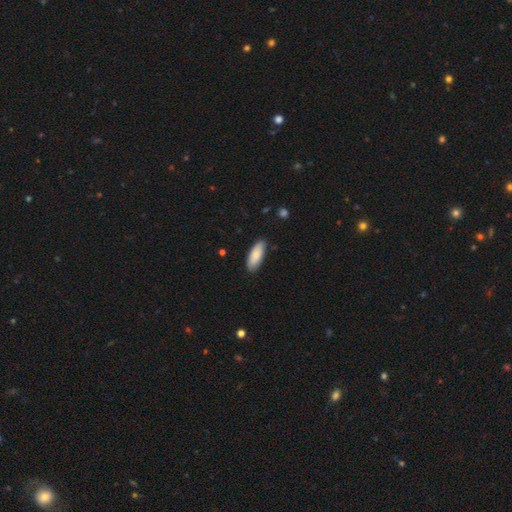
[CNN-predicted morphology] This appears to be a smooth galaxy with no disk features (82%) that is in between round and cigar-shaped (79%). Merging: none (85%).